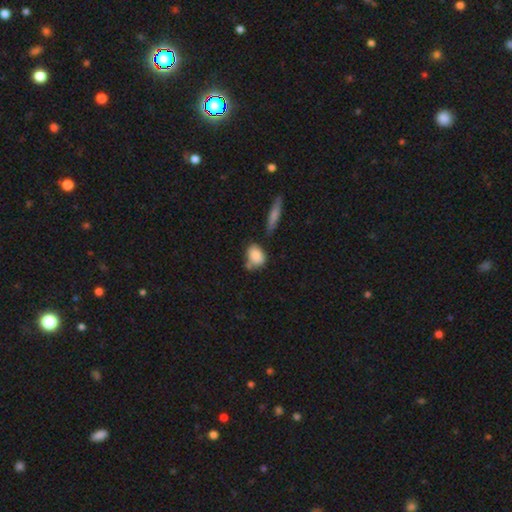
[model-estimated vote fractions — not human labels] A smooth galaxy with no disk features (84%) that is in between round and cigar-shaped (62%).

Vote fractions:
- Smooth or featured? smooth: 84% / featured or disk: 8% / star or artifact: 8%
- How rounded? in between: 62% / round: 34% / cigar-shaped: 3%
- Merging? none: 54% / minor disturbance: 22% / merger: 18% / major disturbance: 6%